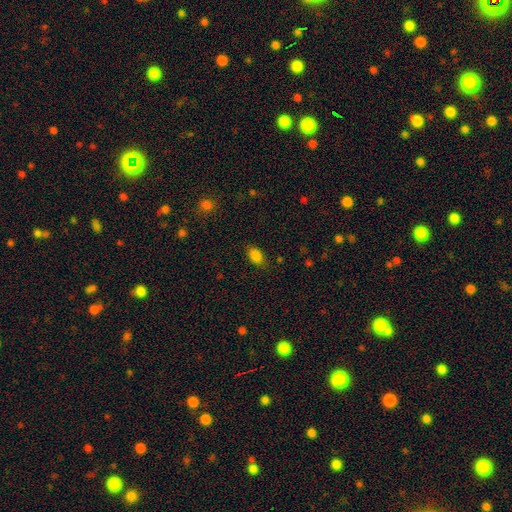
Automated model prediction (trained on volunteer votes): smooth 84%, star or artifact 11%, featured or disk 5%. Down the decision tree: how rounded — in between (89%); merging — none (81%).